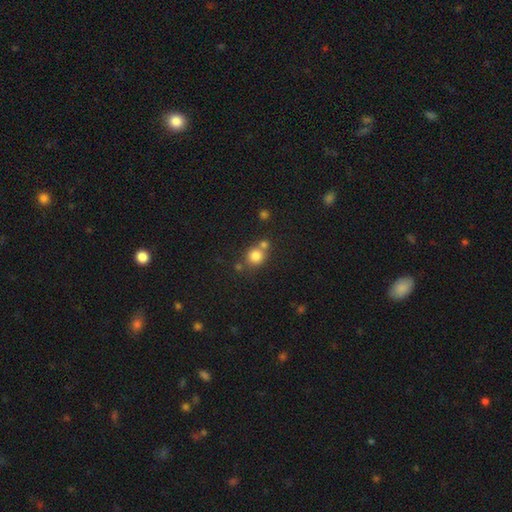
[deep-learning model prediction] smooth_or_featured: smooth (p=0.80) [alt: star or artifact p=0.12]
how_rounded: round (p=0.83) [alt: in between p=0.16]
merging: none (p=0.54) [alt: merger p=0.33]